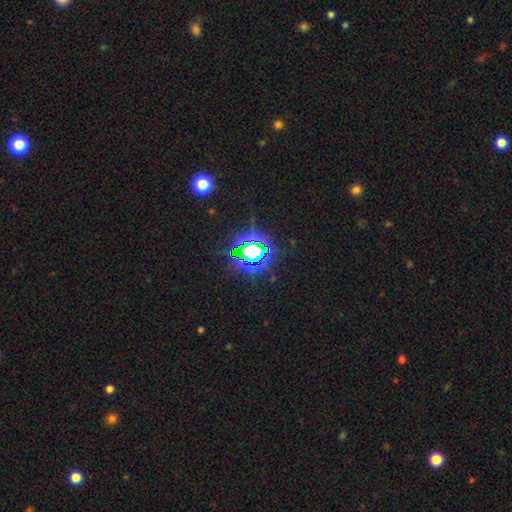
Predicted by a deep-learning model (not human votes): star or artifact 78%, smooth 12%, featured or disk 10%.